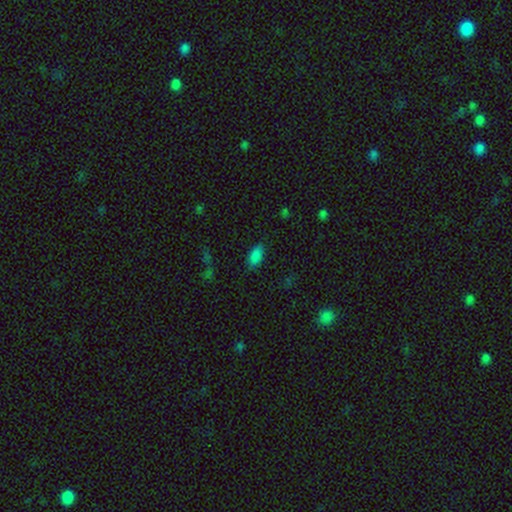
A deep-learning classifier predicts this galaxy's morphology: Smooth or featured? Predicted: smooth (p=0.84). How rounded? Predicted: in between (p=0.91). Merging? Predicted: none (p=0.83).